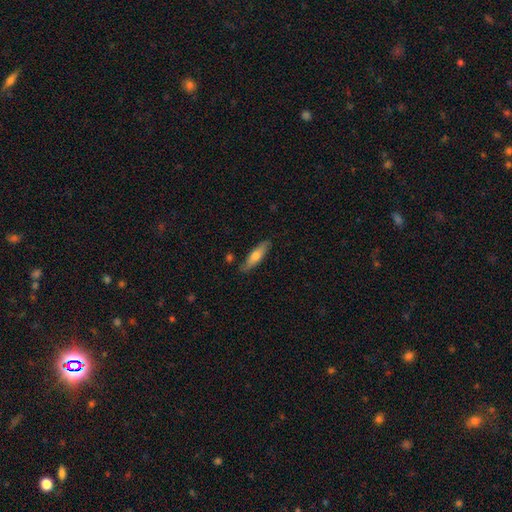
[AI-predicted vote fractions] A smooth galaxy with no disk features (61%) that is cigar-shaped (65%).

Vote fractions:
- Smooth or featured? smooth: 61% / featured or disk: 34% / star or artifact: 6%
- How rounded? cigar-shaped: 65% / in between: 33% / round: 2%
- Merging? none: 82% / minor disturbance: 13% / merger: 2% / major disturbance: 2%